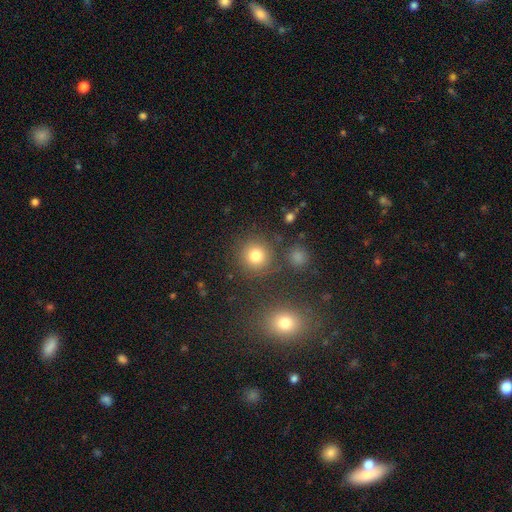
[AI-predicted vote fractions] A smooth galaxy with no disk features (77%) that is round (91%).

Vote fractions:
- Smooth or featured? smooth: 77% / star or artifact: 15% / featured or disk: 7%
- How rounded? round: 91% / in between: 8% / cigar-shaped: 1%
- Merging? none: 82% / minor disturbance: 8% / merger: 7% / major disturbance: 4%